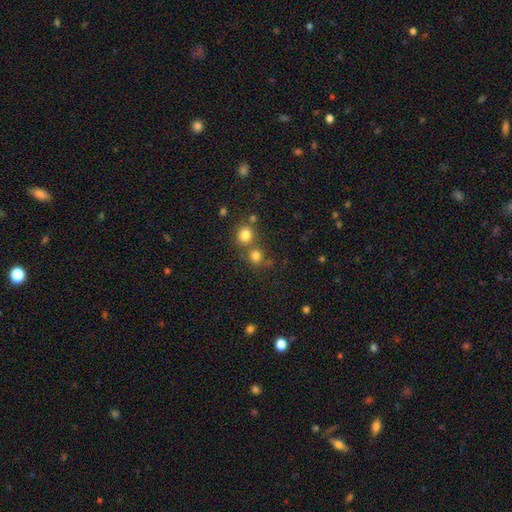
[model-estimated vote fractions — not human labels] Morphology: type=smooth (78%); roundness=round (85%); merging=none (58%).